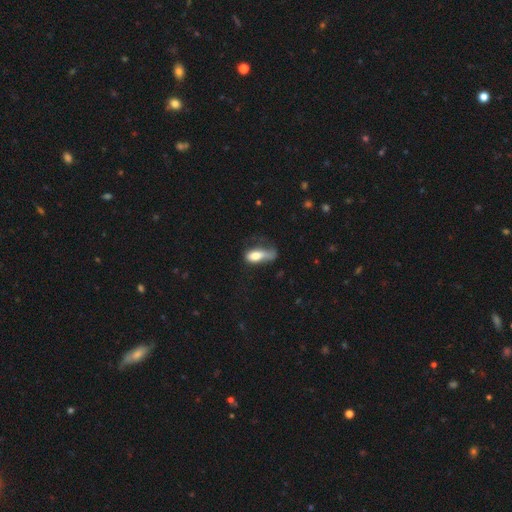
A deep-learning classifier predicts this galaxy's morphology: The model was most divided on "merging": major disturbance: 43%, minor disturbance: 28%, none: 23%, merger: 6%. More confident: how rounded — in between (78%); smooth or featured — smooth (70%).